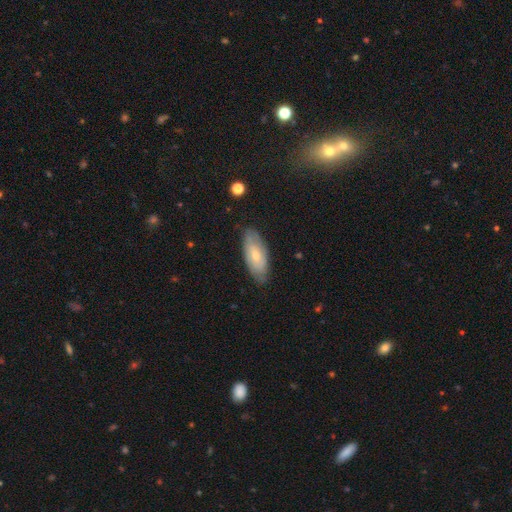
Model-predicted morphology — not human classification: This is possibly a smooth galaxy (58%). How rounded: clearly in between (85%). Merging: likely none (78%).